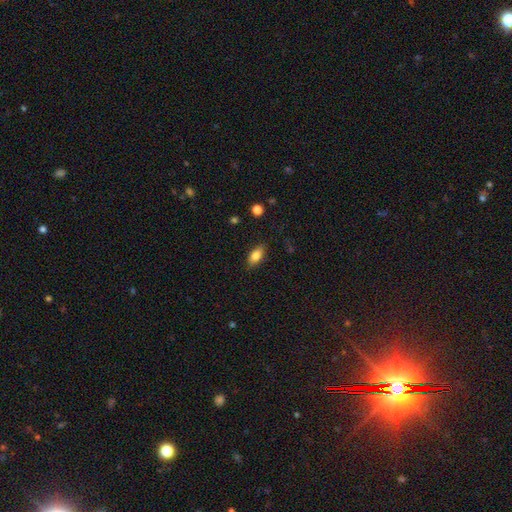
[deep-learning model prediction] smooth_or_featured: smooth (p=0.81) [alt: featured or disk p=0.11]
how_rounded: in between (p=0.86) [alt: cigar-shaped p=0.10]
merging: none (p=0.83) [alt: minor disturbance p=0.13]